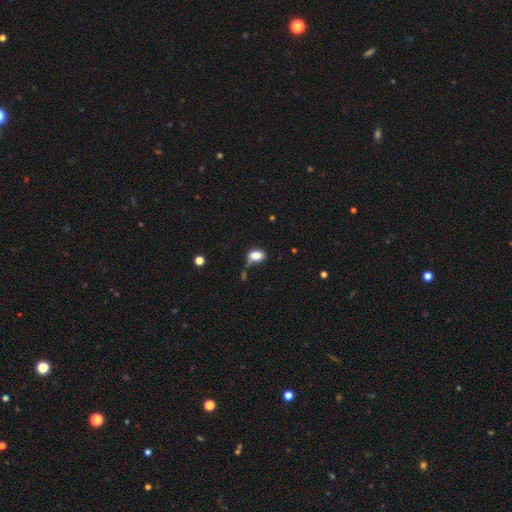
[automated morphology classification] smooth_or_featured: smooth (p=0.81) [alt: featured or disk p=0.10]
how_rounded: in between (p=0.79) [alt: round p=0.19]
merging: none (p=0.47) [alt: minor disturbance p=0.28]